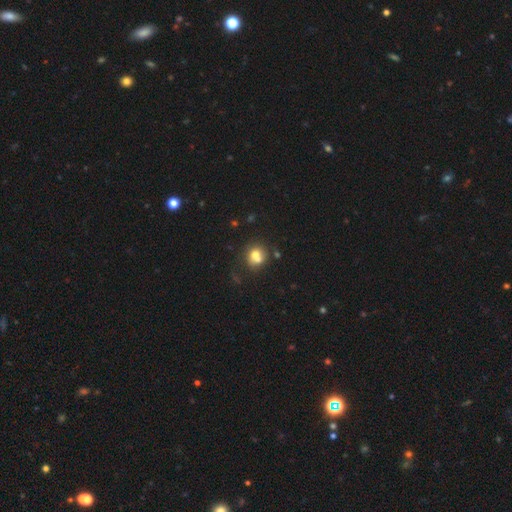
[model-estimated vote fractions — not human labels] Q: Smooth or featured?
A: smooth (69%); runner-up: featured or disk (19%)
Q: How rounded?
A: round (75%); runner-up: in between (24%)
Q: Merging?
A: none (43%); runner-up: merger (39%)